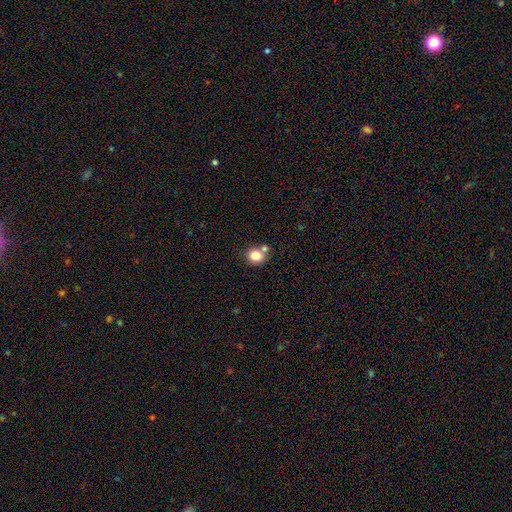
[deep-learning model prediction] This is clearly a smooth galaxy (81%). How rounded: likely round (77%). Merging: possibly none (58%).